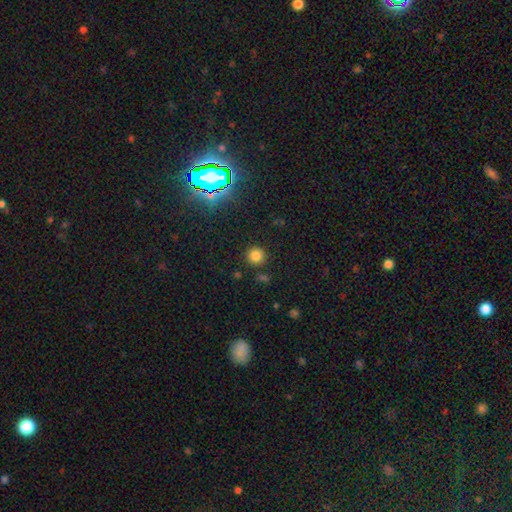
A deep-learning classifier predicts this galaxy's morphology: A smooth galaxy with no disk features (79%) that is round (94%). Merging: none (88%).